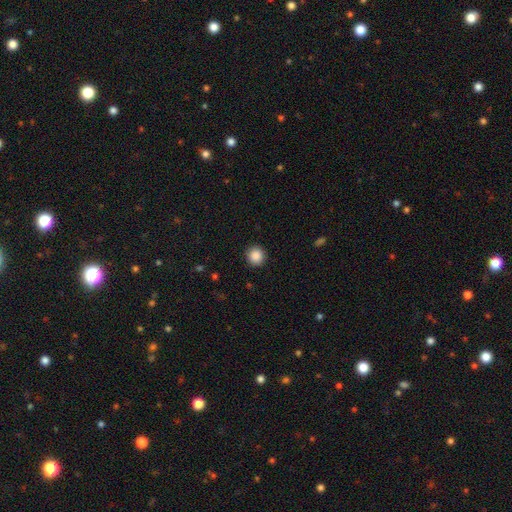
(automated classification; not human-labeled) The model was most divided on "smooth or featured": smooth: 88%, star or artifact: 9%, featured or disk: 3%. More confident: how rounded — round (92%); merging — none (91%).